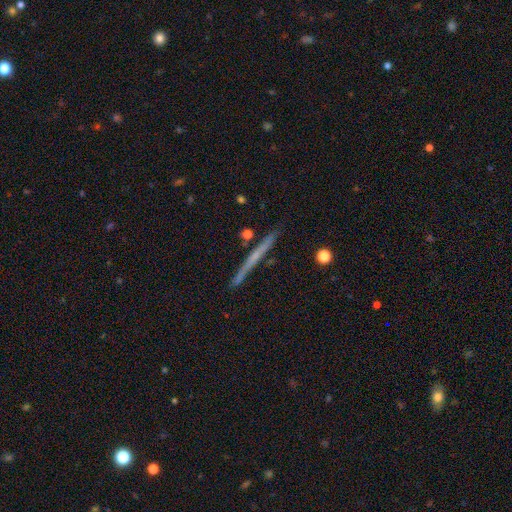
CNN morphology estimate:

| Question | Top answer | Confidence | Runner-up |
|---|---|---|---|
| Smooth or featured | featured or disk | 54% | smooth (40%) |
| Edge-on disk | yes | 97% | no (3%) |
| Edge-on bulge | none | 84% | rounded (12%) |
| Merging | none | 88% | minor disturbance (8%) |